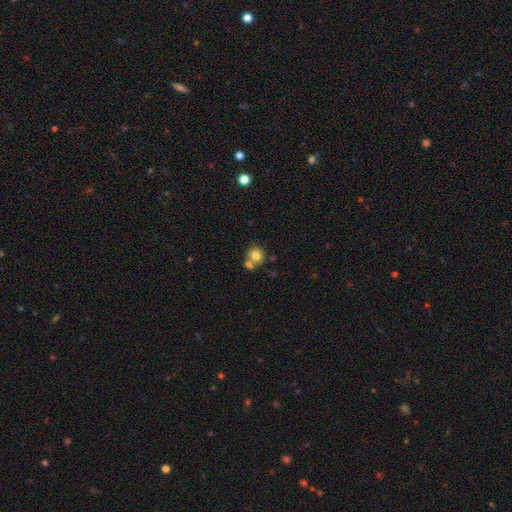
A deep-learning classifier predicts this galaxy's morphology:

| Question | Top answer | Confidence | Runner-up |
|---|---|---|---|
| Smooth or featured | smooth | 78% | featured or disk (12%) |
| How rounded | round | 77% | in between (22%) |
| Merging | none | 51% | merger (36%) |